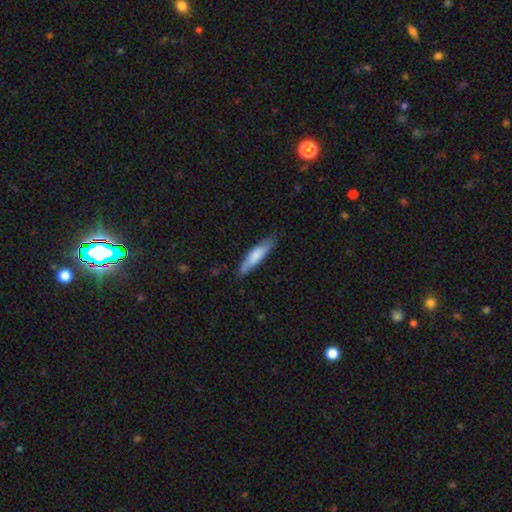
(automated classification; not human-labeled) Q: Smooth or featured?
A: smooth (76%); runner-up: featured or disk (19%)
Q: How rounded?
A: cigar-shaped (79%); runner-up: in between (20%)
Q: Merging?
A: none (80%); runner-up: minor disturbance (16%)